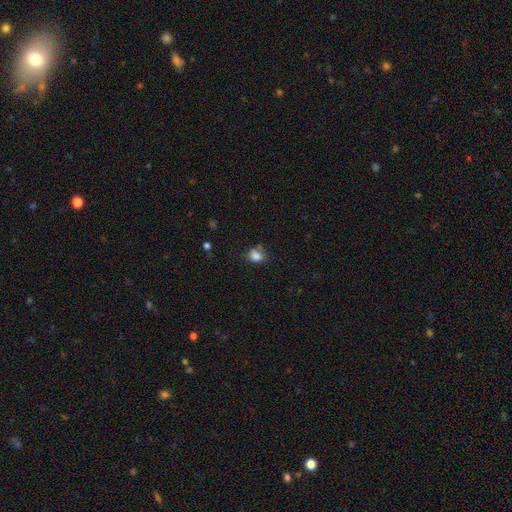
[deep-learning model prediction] The model was most divided on "how rounded": round: 53%, in between: 46%, cigar-shaped: 1%. More confident: smooth or featured — smooth (82%); merging — none (60%).